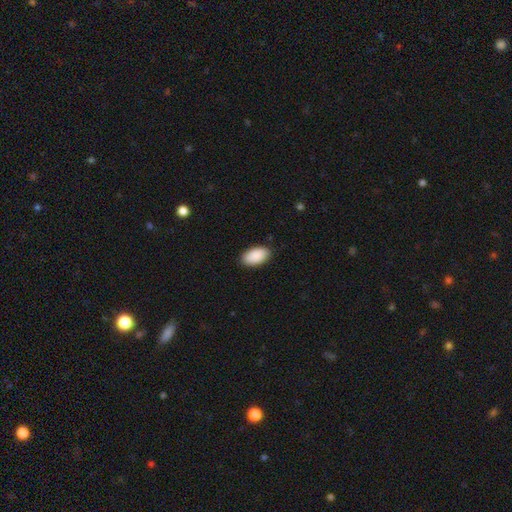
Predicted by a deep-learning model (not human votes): Overall: smooth (91%). How rounded: in between (96%). Merging: none (88%).